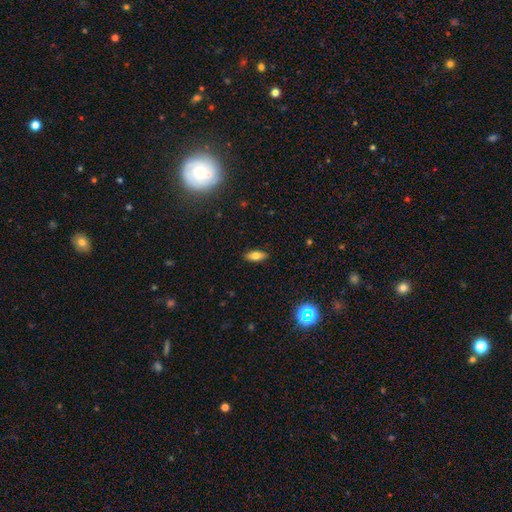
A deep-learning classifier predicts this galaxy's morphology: type=smooth (77%); roundness=in between (81%); merging=none (89%).